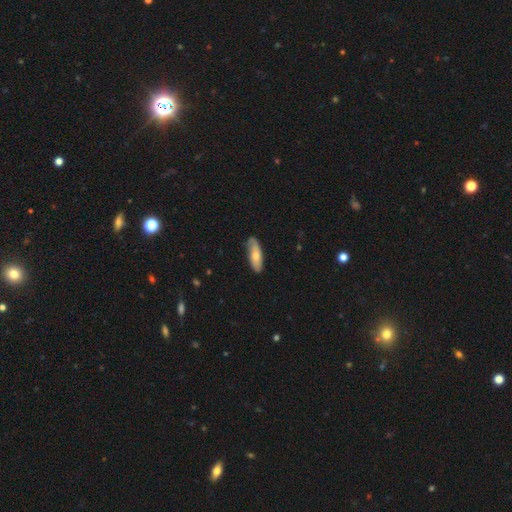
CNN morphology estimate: The model was most divided on "how rounded": in between: 58%, cigar-shaped: 39%, round: 2%. More confident: merging — none (77%); smooth or featured — smooth (66%).